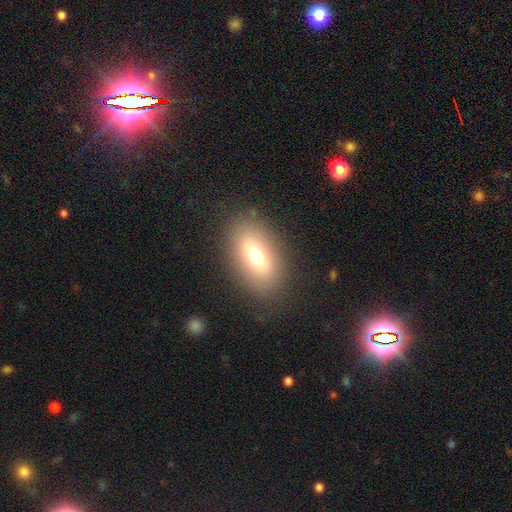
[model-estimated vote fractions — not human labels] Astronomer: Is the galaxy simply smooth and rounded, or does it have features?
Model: smooth — 70%.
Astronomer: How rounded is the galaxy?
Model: in between — 86%.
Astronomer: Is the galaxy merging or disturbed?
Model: none — 83%.